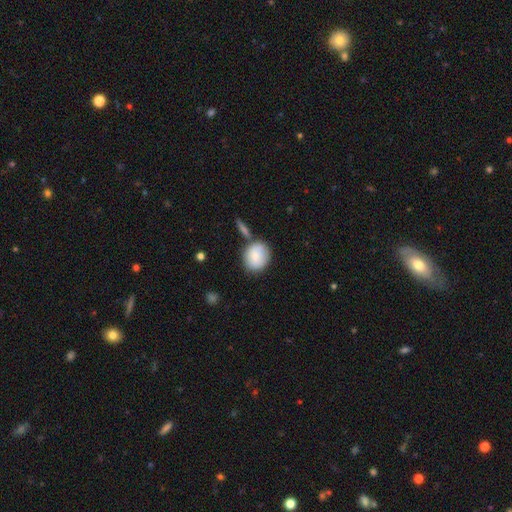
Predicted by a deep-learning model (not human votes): A smooth galaxy with no disk features (82%) that is round (71%).

Vote fractions:
- Smooth or featured? smooth: 82% / featured or disk: 11% / star or artifact: 7%
- How rounded? round: 71% / in between: 28% / cigar-shaped: 1%
- Merging? none: 64% / merger: 17% / minor disturbance: 15% / major disturbance: 4%